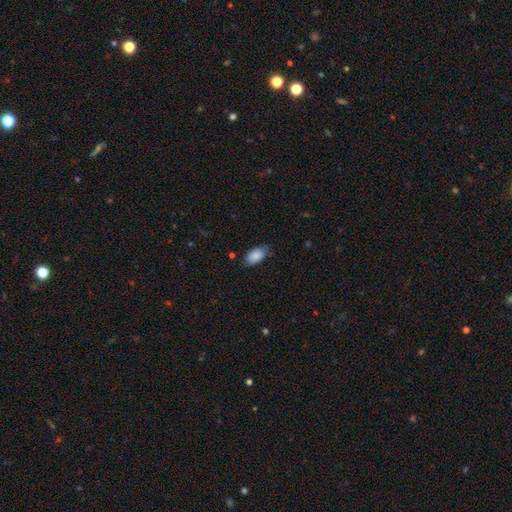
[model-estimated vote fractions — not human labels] Smooth or featured? smooth (86%)
How rounded? in between (94%)
Merging? none (72%)